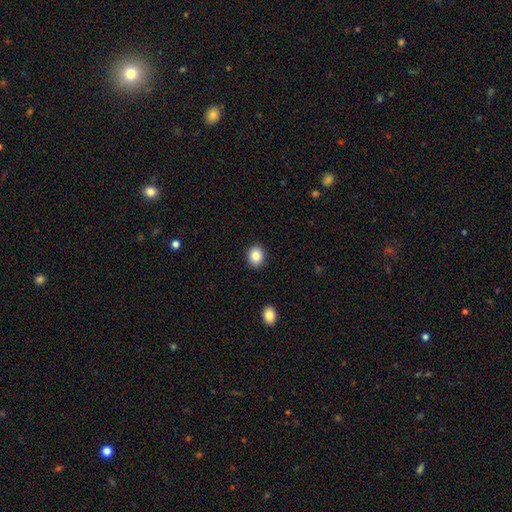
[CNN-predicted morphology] This is clearly a smooth galaxy (87%). How rounded: likely round (64%). Merging: clearly none (91%).